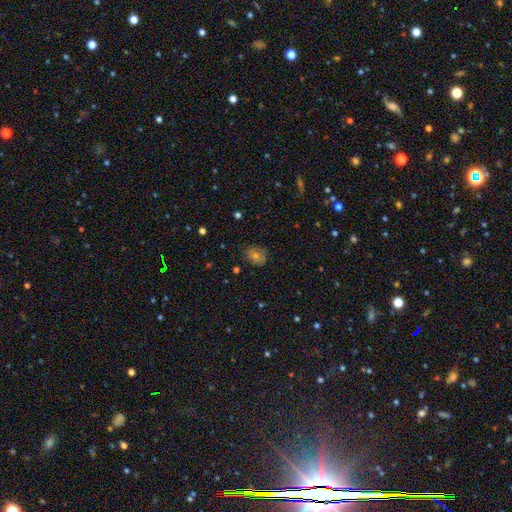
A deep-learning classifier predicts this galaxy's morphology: Q: Smooth or featured?
A: smooth (54%); runner-up: featured or disk (27%)
Q: How rounded?
A: round (56%); runner-up: in between (43%)
Q: Merging?
A: none (79%); runner-up: minor disturbance (16%)